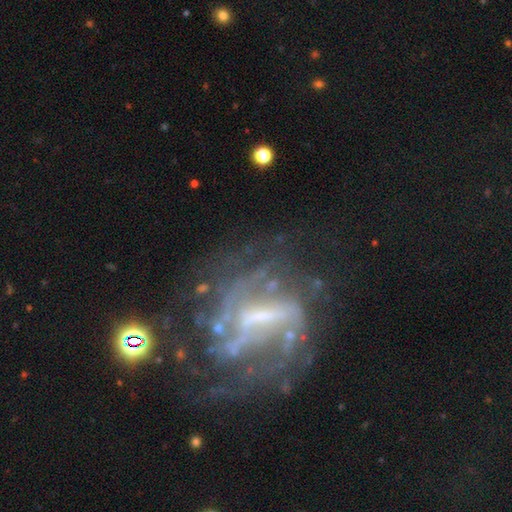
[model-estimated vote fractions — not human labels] This is clearly a featured or disk galaxy (82%). It is clearly not viewed edge-on (95%). Bar: possibly strong (51%). Spiral arm pattern: clearly yes (85%). Spiral arm count: marginally can't tell (40%). Spiral winding: marginally medium (40%). Central bulge: marginally small (40%). Merging: possibly none (57%).